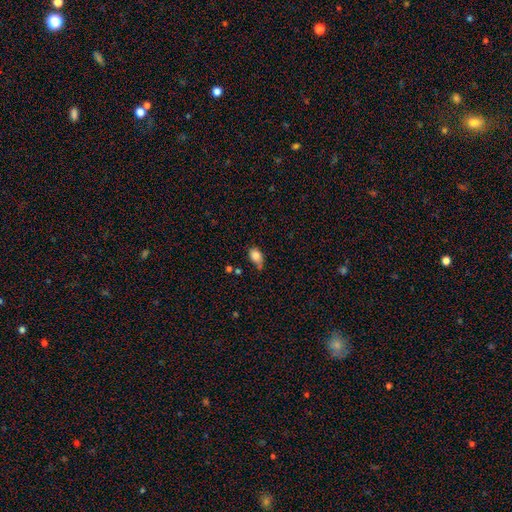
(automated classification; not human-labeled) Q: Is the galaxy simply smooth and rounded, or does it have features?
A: smooth — 81%.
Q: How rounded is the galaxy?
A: in between — 81%.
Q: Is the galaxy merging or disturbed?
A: none — 46%.